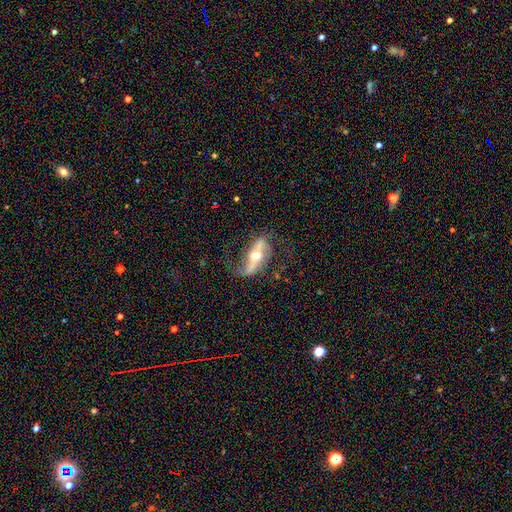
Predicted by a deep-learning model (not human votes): Morphology: type=featured or disk (81%); edge-on=no (79%); bar=strong (56%); spiral arms=yes (87%); winding=loose (68%); arm count=2 (86%); bulge=moderate (67%); merging=none (62%).